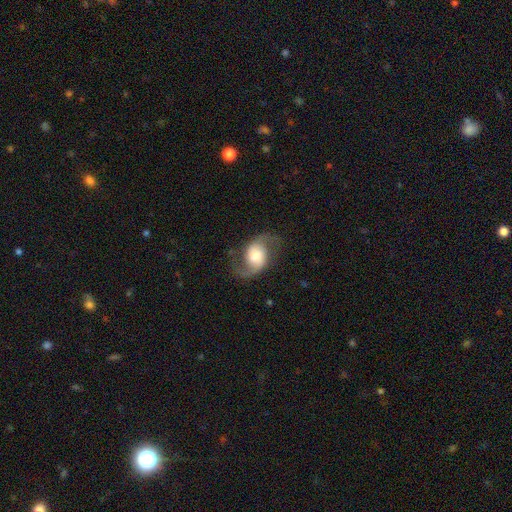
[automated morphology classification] Q: Smooth or featured?
A: featured or disk (83%); runner-up: smooth (11%)
Q: Edge-on disk?
A: no (97%); runner-up: yes (3%)
Q: Bar?
A: no (54%); runner-up: weak (35%)
Q: Spiral arms?
A: yes (96%); runner-up: no (4%)
Q: Spiral winding?
A: loose (59%); runner-up: medium (35%)
Q: Spiral arm count?
A: 2 (93%); runner-up: 1 (2%)
Q: Bulge size?
A: moderate (45%); runner-up: large (34%)
Q: Merging?
A: none (74%); runner-up: minor disturbance (15%)